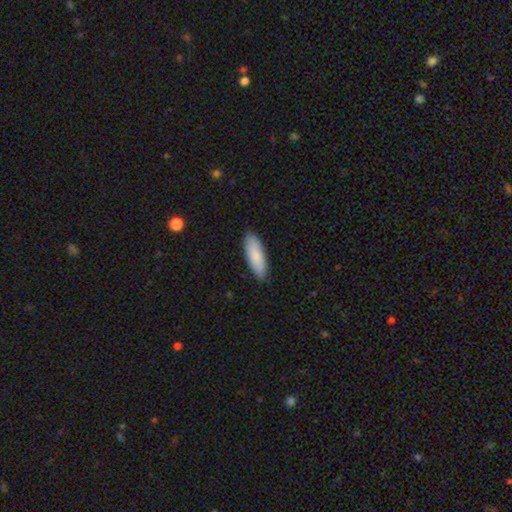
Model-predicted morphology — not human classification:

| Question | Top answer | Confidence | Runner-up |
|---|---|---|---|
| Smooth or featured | smooth | 87% | featured or disk (8%) |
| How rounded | in between | 61% | cigar-shaped (38%) |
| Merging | none | 89% | minor disturbance (9%) |